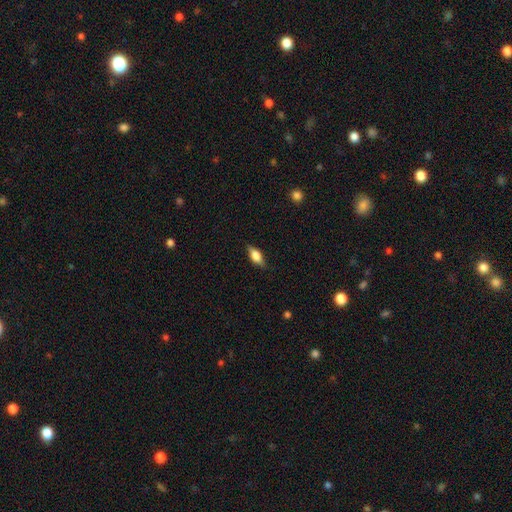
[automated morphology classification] smooth 60%, featured or disk 33%, star or artifact 8%. Down the decision tree: how rounded — in between (77%); merging — none (82%).